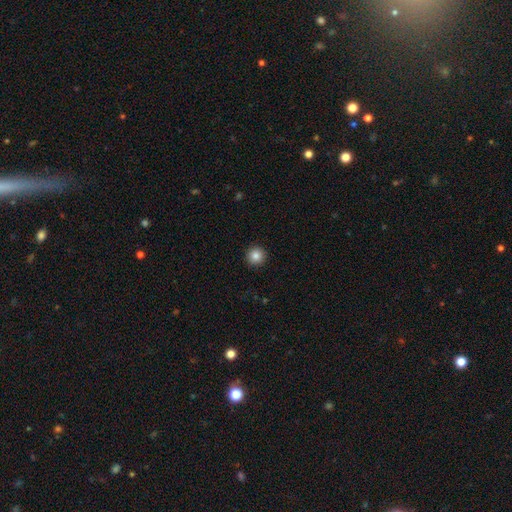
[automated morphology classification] A smooth galaxy with no disk features (85%) that is round (96%). Merging: none (93%).